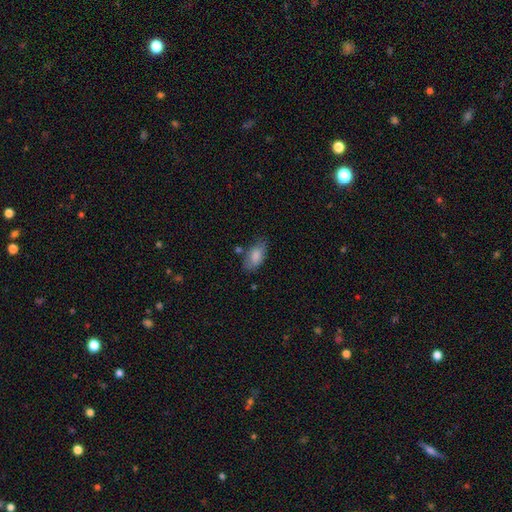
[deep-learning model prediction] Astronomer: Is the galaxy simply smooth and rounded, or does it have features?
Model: smooth — 83%.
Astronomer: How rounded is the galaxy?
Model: in between — 91%.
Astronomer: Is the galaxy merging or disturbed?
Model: none — 64%.